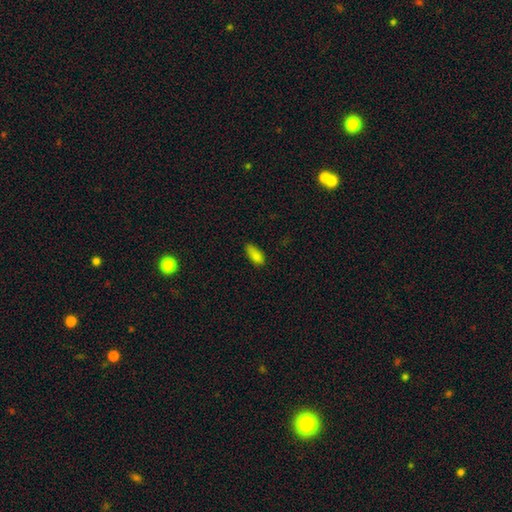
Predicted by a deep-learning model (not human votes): Smooth or featured? Predicted: smooth (p=0.83). How rounded? Predicted: in between (p=0.83). Merging? Predicted: none (p=0.70).